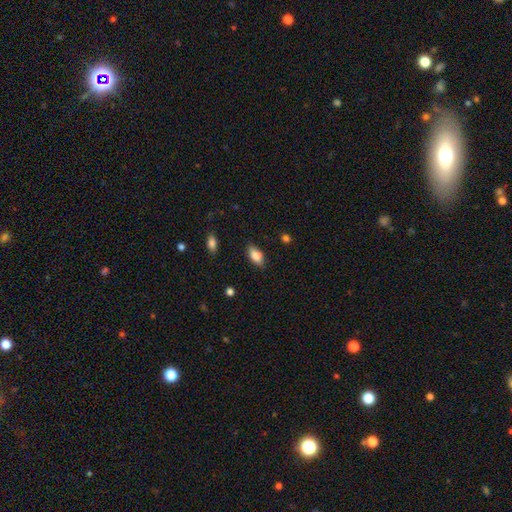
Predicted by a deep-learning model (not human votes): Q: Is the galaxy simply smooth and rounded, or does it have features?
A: smooth — 81%.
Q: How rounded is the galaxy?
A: in between — 88%.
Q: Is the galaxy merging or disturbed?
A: none — 80%.